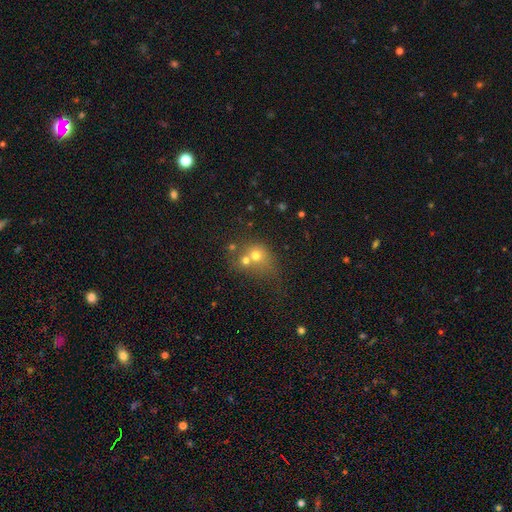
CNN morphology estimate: Smooth or featured? smooth (63%)
How rounded? round (72%)
Merging? merger (56%)